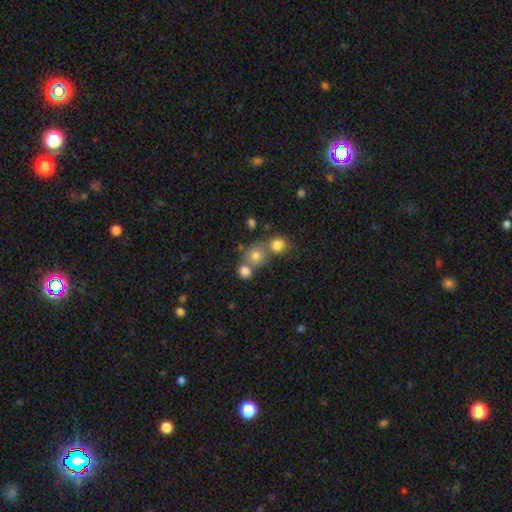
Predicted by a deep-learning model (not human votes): A smooth galaxy with no disk features (75%) that is round (83%). Merging: none (52%).